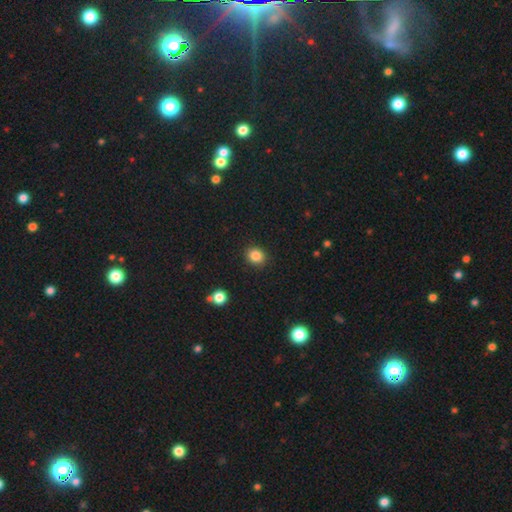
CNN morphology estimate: smooth 85%, star or artifact 11%, featured or disk 4%. Down the decision tree: how rounded — round (74%); merging — none (90%).